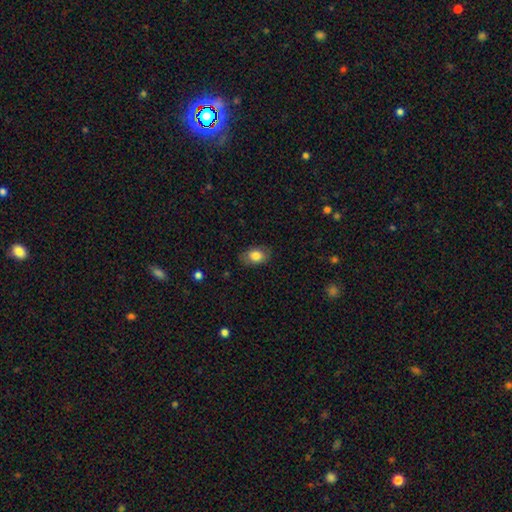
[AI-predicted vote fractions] smooth 81%, featured or disk 12%, star or artifact 8%. Down the decision tree: how rounded — in between (82%); merging — none (80%).